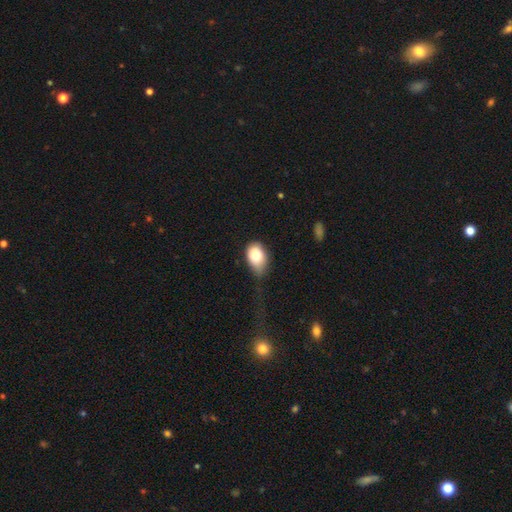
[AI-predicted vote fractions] A smooth galaxy with no disk features (79%) that is in between round and cigar-shaped (78%). Merging: minor disturbance (41%).